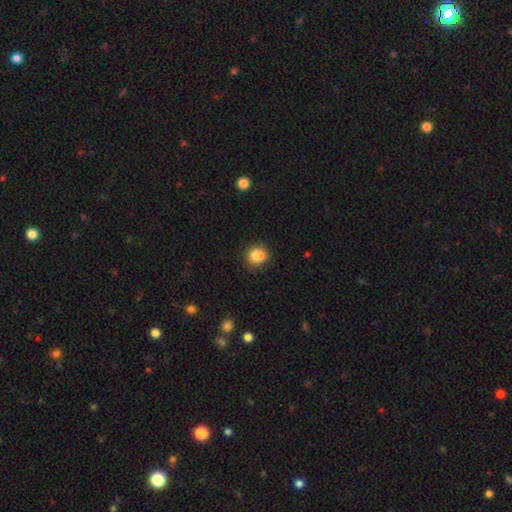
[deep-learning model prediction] smooth_or_featured: smooth (p=0.77) [alt: featured or disk p=0.12]
how_rounded: round (p=0.69) [alt: in between p=0.30]
merging: none (p=0.51) [alt: merger p=0.30]